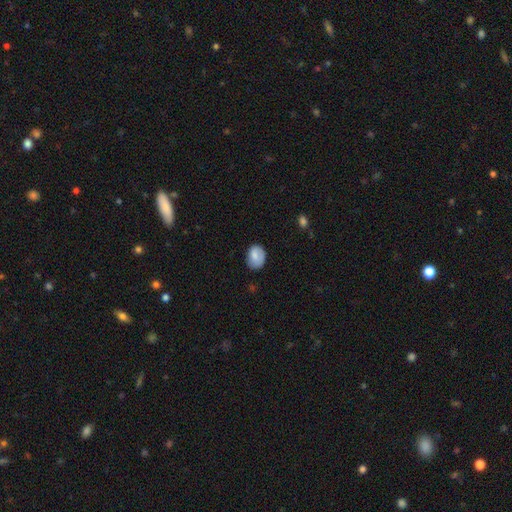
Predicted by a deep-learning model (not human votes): Smooth or featured?
  - smooth: 79% *
  - featured or disk: 14%
  - star or artifact: 7%
How rounded?
  - in between: 65% *
  - round: 34%
  - cigar-shaped: 1%
Merging?
  - none: 71% *
  - minor disturbance: 22%
  - major disturbance: 6%
  - merger: 1%